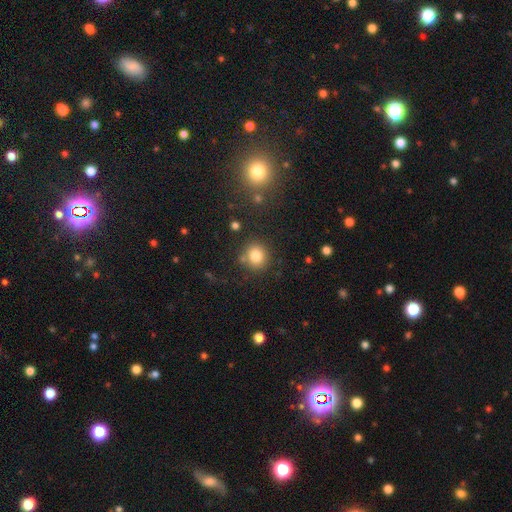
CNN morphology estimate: Smooth or featured? Predicted: smooth (p=0.81). How rounded? Predicted: round (p=0.87). Merging? Predicted: none (p=0.80).